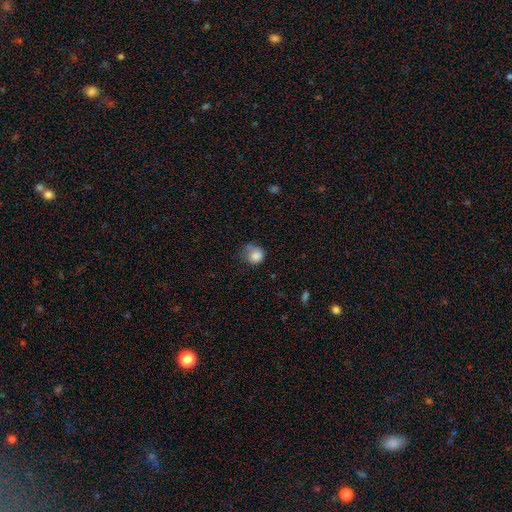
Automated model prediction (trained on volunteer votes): Smooth or featured? Predicted: smooth (p=0.80). How rounded? Predicted: round (p=0.76). Merging? Predicted: none (p=0.37).